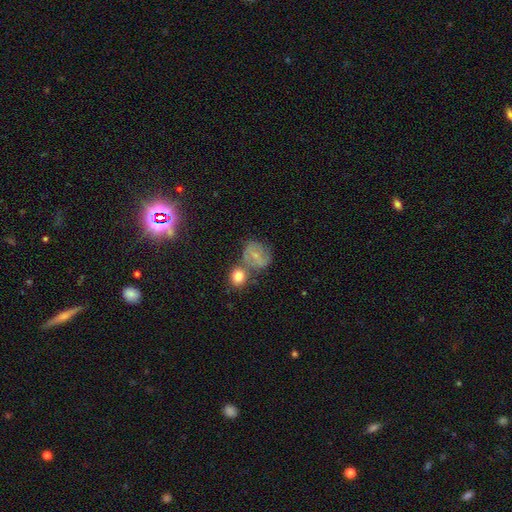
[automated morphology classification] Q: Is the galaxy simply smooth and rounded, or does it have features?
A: smooth — 45%.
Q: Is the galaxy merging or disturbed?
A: none — 50%.